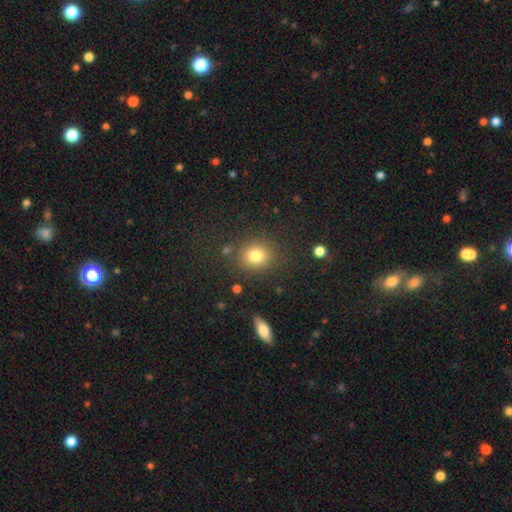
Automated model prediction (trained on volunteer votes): Smooth or featured? smooth (81%)
How rounded? round (73%)
Merging? none (83%)